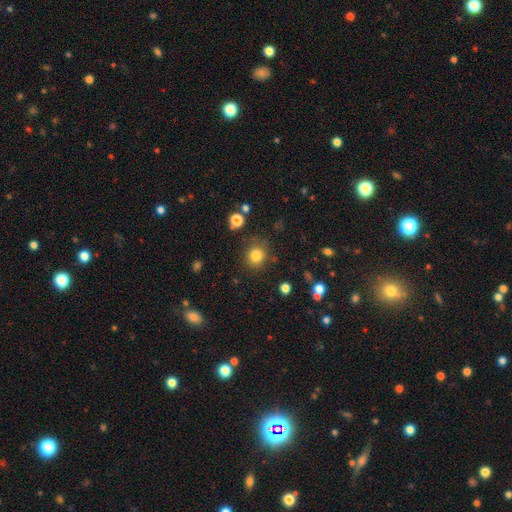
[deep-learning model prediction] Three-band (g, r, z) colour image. It shows a smooth galaxy with no disk features (82%) that is round (87%). Merging: none (83%).